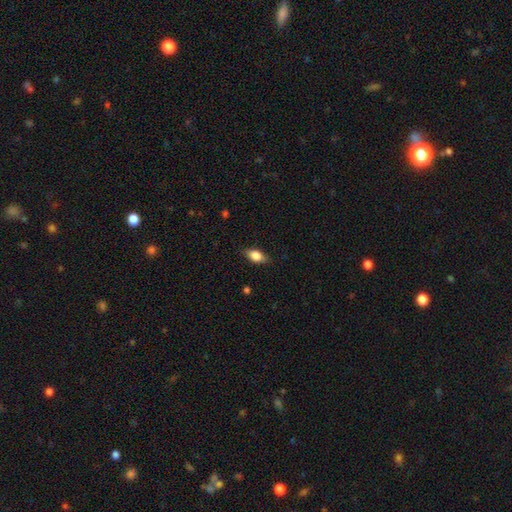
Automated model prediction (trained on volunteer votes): smooth_or_featured: smooth (p=0.79) [alt: featured or disk p=0.13]
how_rounded: in between (p=0.85) [alt: round p=0.08]
merging: none (p=0.82) [alt: minor disturbance p=0.14]